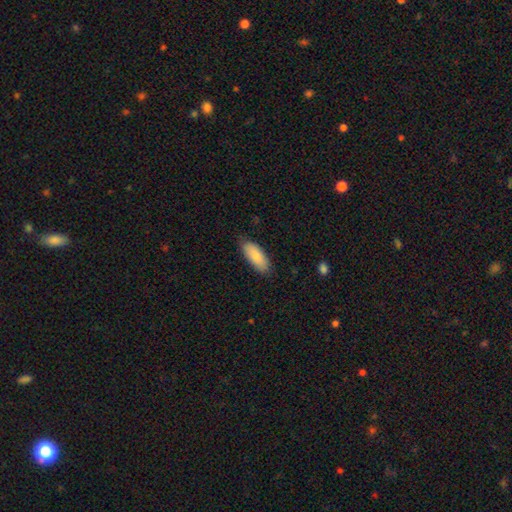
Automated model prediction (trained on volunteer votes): smooth 83%, featured or disk 11%, star or artifact 6%. Down the decision tree: how rounded — in between (82%); merging — none (83%).